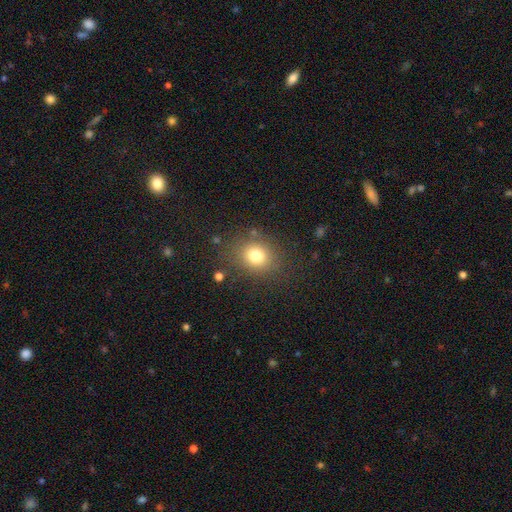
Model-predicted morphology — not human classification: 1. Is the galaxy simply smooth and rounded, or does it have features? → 77% smooth, 14% star or artifact, 9% featured or disk.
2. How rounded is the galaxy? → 70% round, 29% in between, 1% cigar-shaped.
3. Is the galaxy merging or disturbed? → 82% none, 11% minor disturbance, 5% major disturbance, 3% merger.